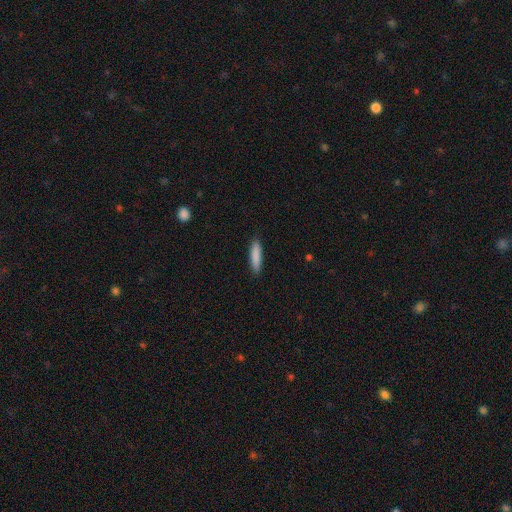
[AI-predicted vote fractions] Morphology: type=smooth (87%); roundness=cigar-shaped (79%); merging=none (89%).